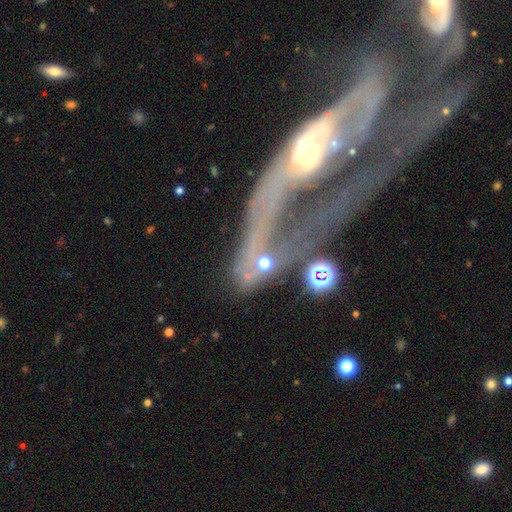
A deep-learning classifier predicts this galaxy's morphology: Smooth or featured?
  - featured or disk: 68% *
  - smooth: 18%
  - star or artifact: 13%
Edge-on disk?
  - no: 82% *
  - yes: 18%
Bar?
  - no: 58% *
  - weak: 25%
  - strong: 17%
Spiral arms?
  - yes: 55% *
  - no: 45%
Bulge size?
  - moderate: 55% *
  - small: 28%
  - large: 9%
  - none: 5%
  - dominant: 4%
Merging?
  - major disturbance: 40% *
  - merger: 28%
  - none: 21%
  - minor disturbance: 12%